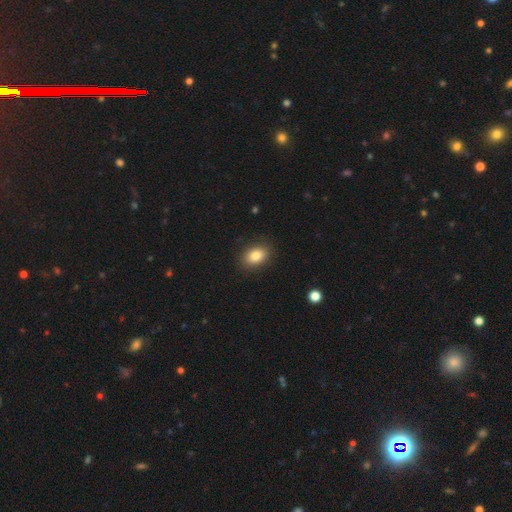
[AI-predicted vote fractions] A smooth galaxy with no disk features (83%) that is in between round and cigar-shaped (77%). Merging: none (88%).